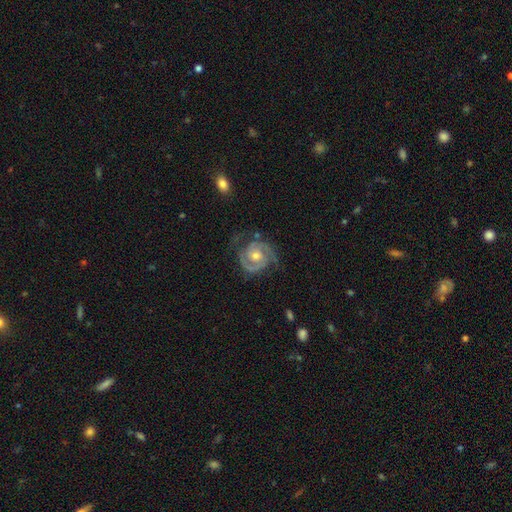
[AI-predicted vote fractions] Smooth or featured? featured or disk (90%)
Edge-on disk? no (98%)
Bar? no (66%)
Spiral arms? yes (97%)
Spiral winding? tight (58%)
Spiral arm count? 2 (87%)
Bulge size? moderate (61%)
Merging? none (72%)